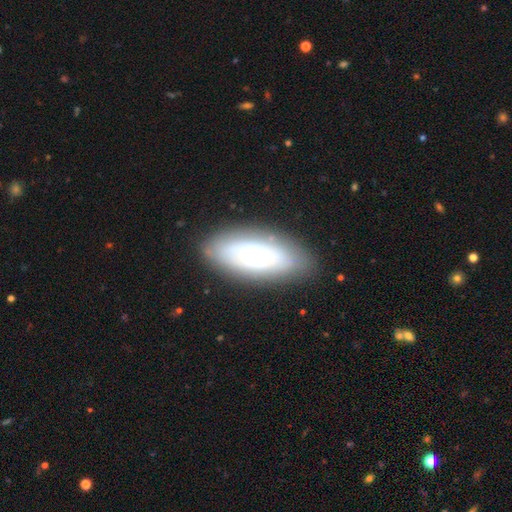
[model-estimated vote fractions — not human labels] Morphology: type=featured or disk (49%); merging=none (78%).